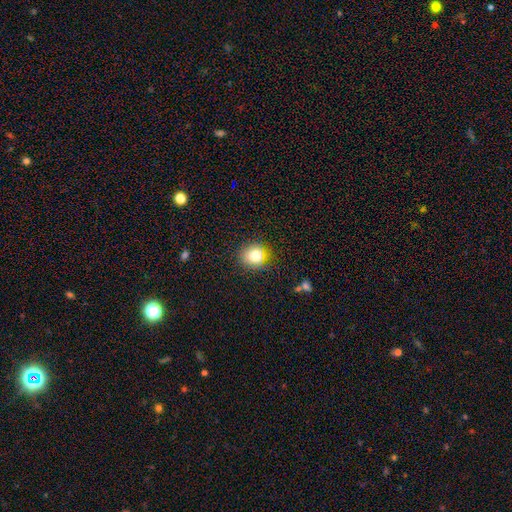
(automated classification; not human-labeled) smooth_or_featured: smooth (p=0.78) [alt: star or artifact p=0.12]
how_rounded: round (p=0.85) [alt: in between p=0.14]
merging: none (p=0.85) [alt: minor disturbance p=0.10]